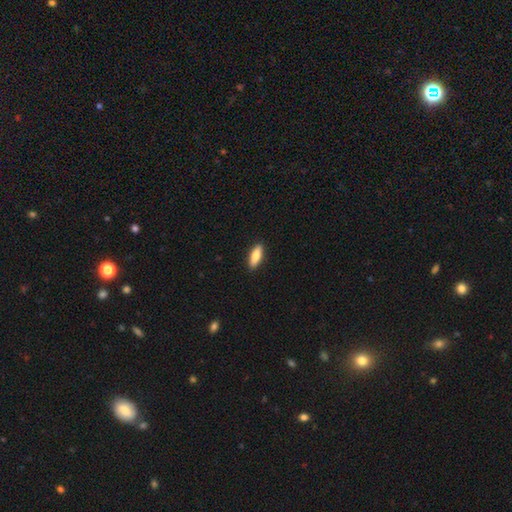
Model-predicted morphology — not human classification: This is likely a smooth galaxy (78%). How rounded: possibly in between (56%). Merging: clearly none (90%).